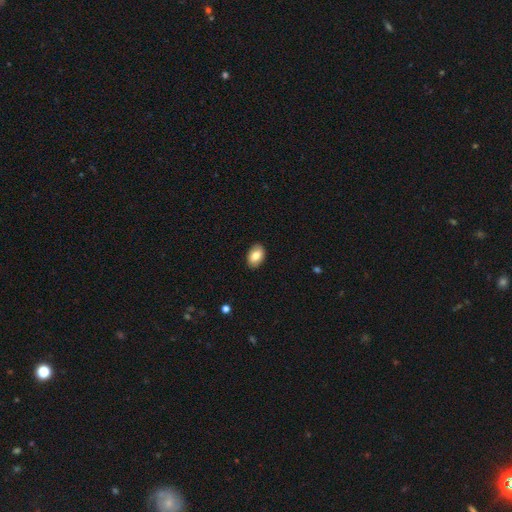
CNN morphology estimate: A smooth galaxy with no disk features (81%) that is in between round and cigar-shaped (89%).

Vote fractions:
- Smooth or featured? smooth: 81% / featured or disk: 12% / star or artifact: 7%
- How rounded? in between: 89% / round: 10% / cigar-shaped: 1%
- Merging? none: 89% / minor disturbance: 8% / major disturbance: 2% / merger: 1%